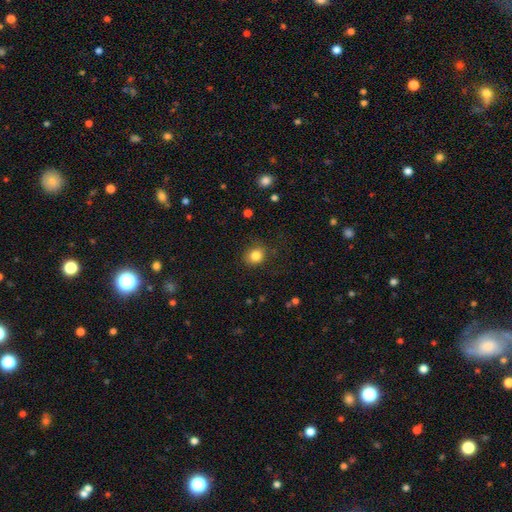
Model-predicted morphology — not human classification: Smooth or featured?
  - smooth: 83% *
  - star or artifact: 11%
  - featured or disk: 6%
How rounded?
  - round: 72% *
  - in between: 27%
  - cigar-shaped: 1%
Merging?
  - none: 83% *
  - minor disturbance: 12%
  - major disturbance: 4%
  - merger: 1%